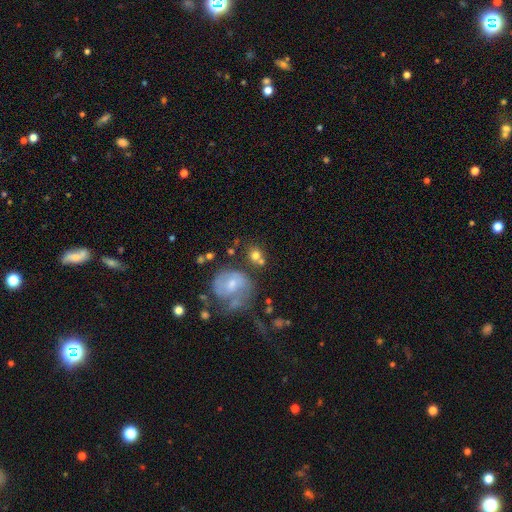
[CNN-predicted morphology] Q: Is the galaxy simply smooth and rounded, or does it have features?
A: smooth — 67%.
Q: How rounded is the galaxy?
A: round — 68%.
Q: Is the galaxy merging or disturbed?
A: none — 50%.